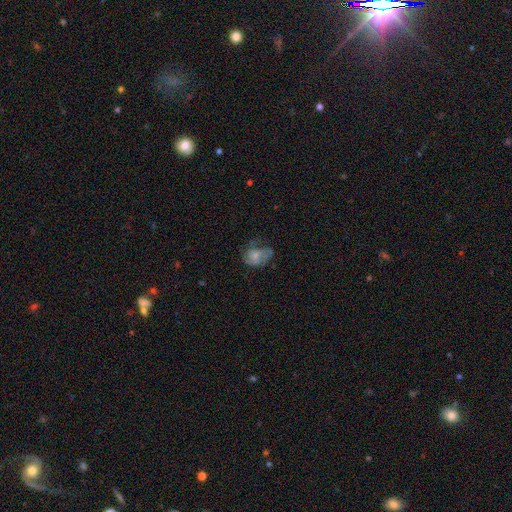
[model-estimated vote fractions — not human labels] smooth_or_featured: featured or disk (p=0.56) [alt: smooth p=0.35]
disk_edge_on: no (p=0.97) [alt: yes p=0.03]
bar: no (p=0.78) [alt: weak p=0.19]
has_spiral_arms: yes (p=0.73) [alt: no p=0.27]
bulge_size: small (p=0.56) [alt: moderate p=0.30]
merging: none (p=0.42) [alt: minor disturbance p=0.28]